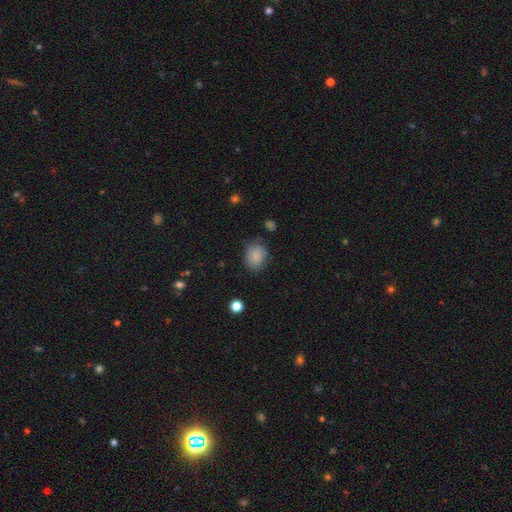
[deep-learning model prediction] A smooth galaxy with no disk features (85%) that is round (51%). Merging: none (75%).